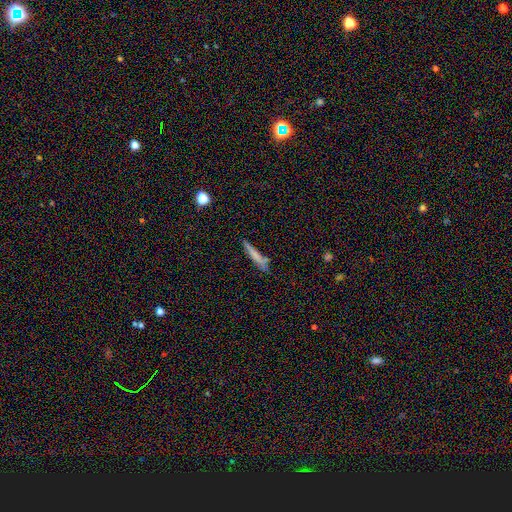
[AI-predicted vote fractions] Smooth or featured? smooth (70%)
How rounded? cigar-shaped (91%)
Merging? none (70%)